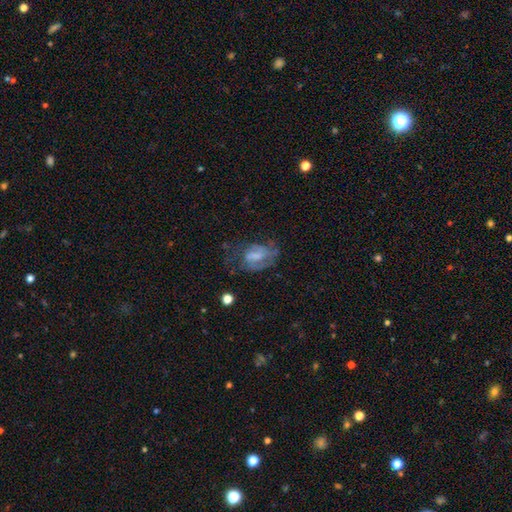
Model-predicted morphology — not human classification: A featured or disk galaxy (60%) with no bar (46%), spiral arms (66%) and no central bulge (34%).

Vote fractions:
- Smooth or featured? featured or disk: 60% / smooth: 31% / star or artifact: 10%
- Edge-on disk? no: 97% / yes: 3%
- Bar? no: 46% / weak: 43% / strong: 11%
- Spiral arms? yes: 66% / no: 34%
- Bulge size? none: 34% / moderate: 28% / small: 28% / large: 8% / dominant: 1%
- Merging? none: 39% / major disturbance: 32% / minor disturbance: 26% / merger: 3%